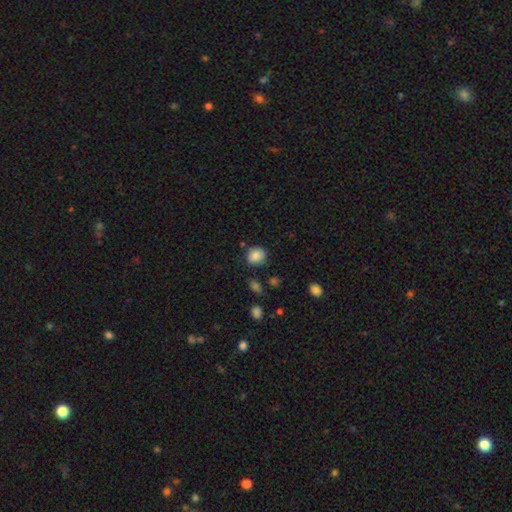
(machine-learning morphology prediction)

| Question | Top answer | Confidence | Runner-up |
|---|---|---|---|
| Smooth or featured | smooth | 85% | star or artifact (9%) |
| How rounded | round | 78% | in between (21%) |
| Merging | none | 78% | minor disturbance (15%) |